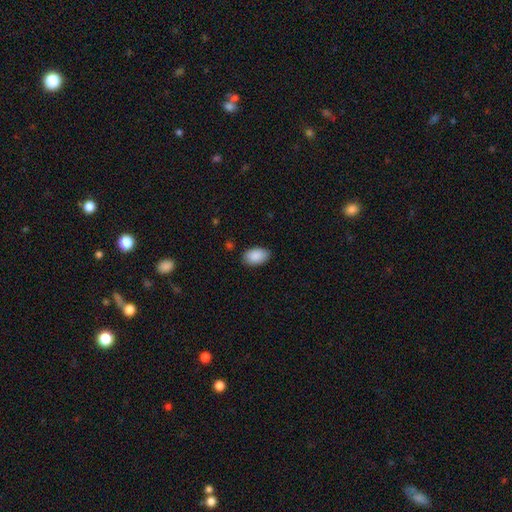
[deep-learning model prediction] The model was most divided on "merging": none: 85%, minor disturbance: 12%, major disturbance: 2%, merger: 1%. More confident: how rounded — in between (93%); smooth or featured — smooth (90%).